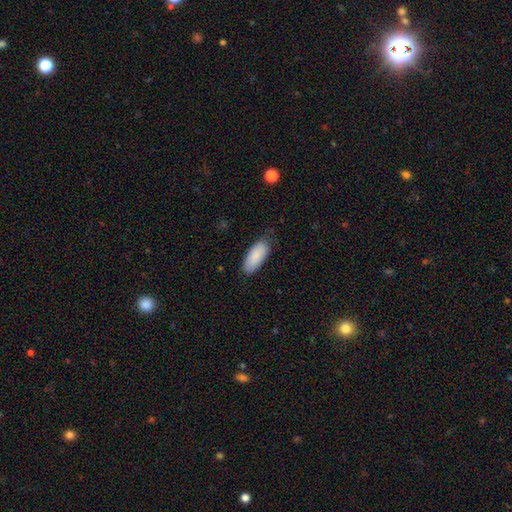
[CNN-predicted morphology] smooth_or_featured: smooth (p=0.89) [alt: star or artifact p=0.06]
how_rounded: in between (p=0.85) [alt: cigar-shaped p=0.14]
merging: none (p=0.76) [alt: minor disturbance p=0.20]